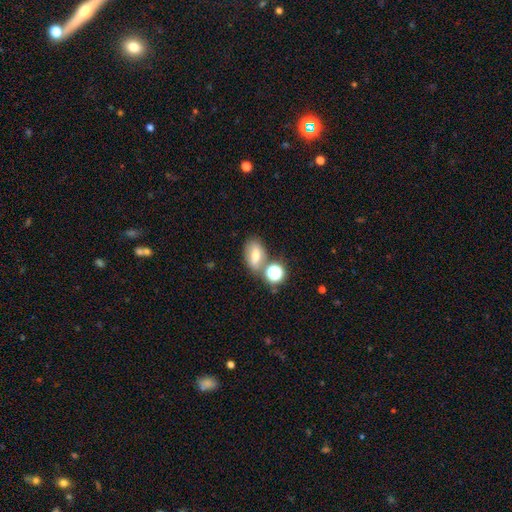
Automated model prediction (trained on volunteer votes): smooth_or_featured: smooth (p=0.59) [alt: featured or disk p=0.24]
how_rounded: in between (p=0.76) [alt: round p=0.20]
merging: none (p=0.57) [alt: merger p=0.22]